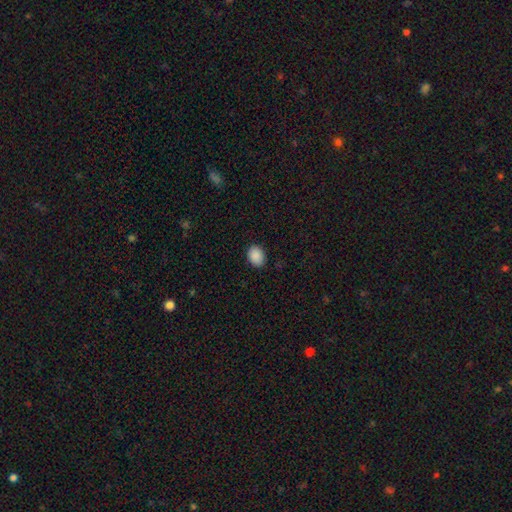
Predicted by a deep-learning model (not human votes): smooth-or-featured: smooth: 89% | star or artifact: 8% | featured or disk: 3%
  how-rounded: in between: 62% | round: 37% | cigar-shaped: 1%
  merging: none: 88% | minor disturbance: 9% | major disturbance: 2% | merger: 1%